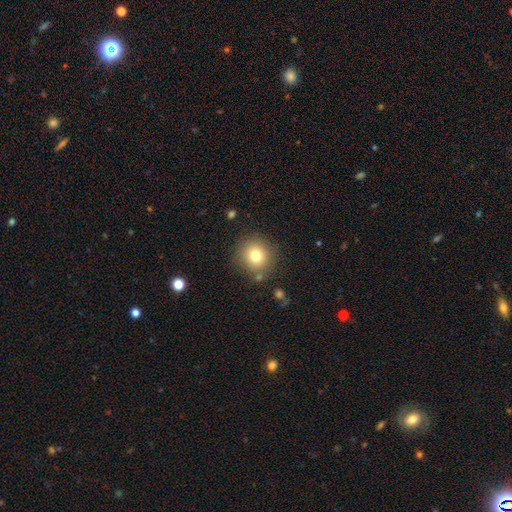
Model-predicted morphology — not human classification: Smooth or featured? smooth (77%)
How rounded? round (90%)
Merging? none (83%)